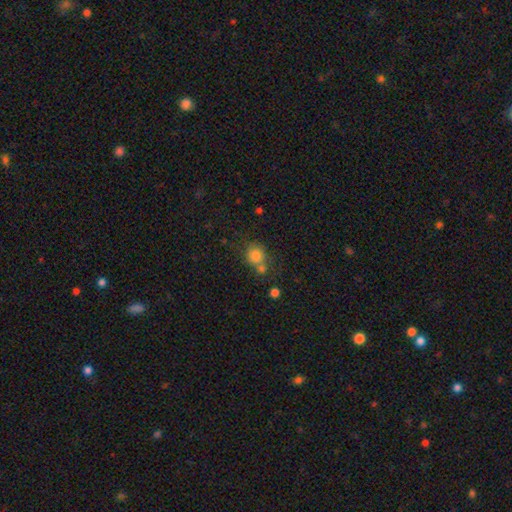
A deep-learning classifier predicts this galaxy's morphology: This is likely a smooth galaxy (79%). How rounded: likely round (76%). Merging: possibly none (50%).